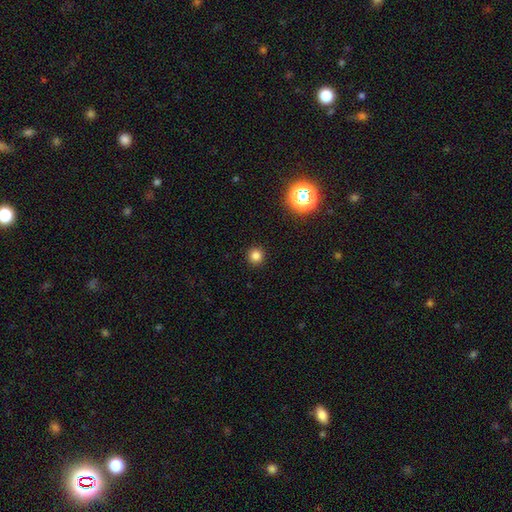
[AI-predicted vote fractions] A smooth galaxy with no disk features (81%) that is round (95%). Merging: none (93%).